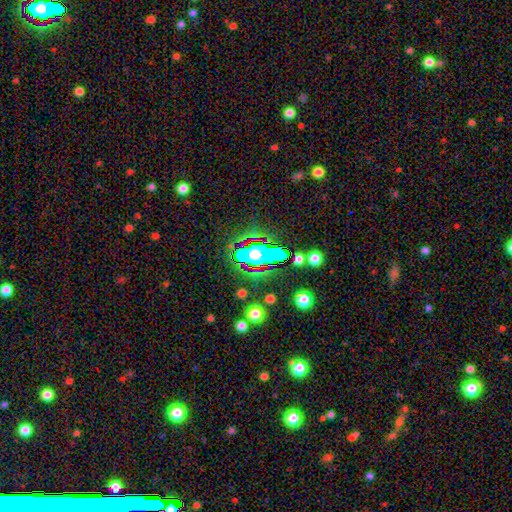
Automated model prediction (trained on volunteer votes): Smooth or featured? Predicted: star or artifact (p=0.81).